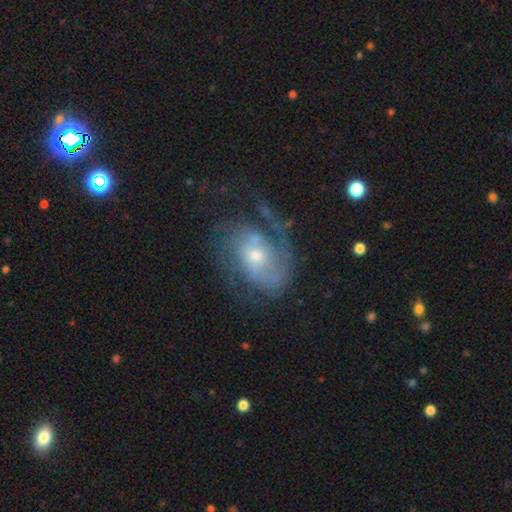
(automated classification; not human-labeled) A featured or disk galaxy (81%) with no bar (64%), 2 (47%) medium (42%) spiral arms (91%) and a small central bulge (52%). Merging: none (55%).